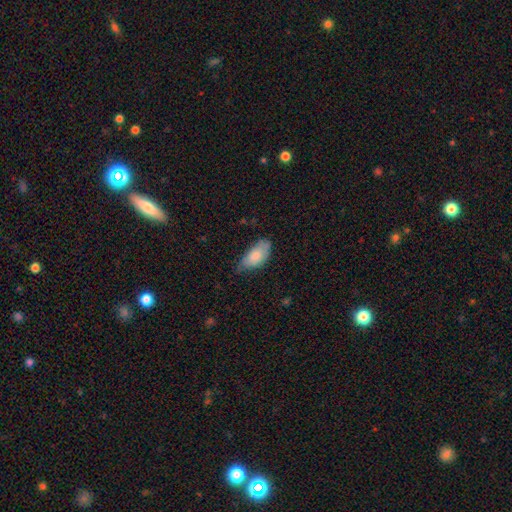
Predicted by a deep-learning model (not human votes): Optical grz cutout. It shows a smooth galaxy with no disk features (80%) that is in between round and cigar-shaped (91%). Merging: none (46%).